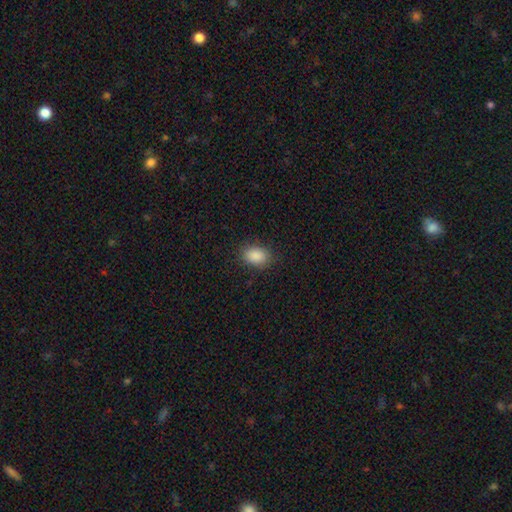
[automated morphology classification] Overall: smooth (88%). How rounded: in between (75%). Merging: none (86%).